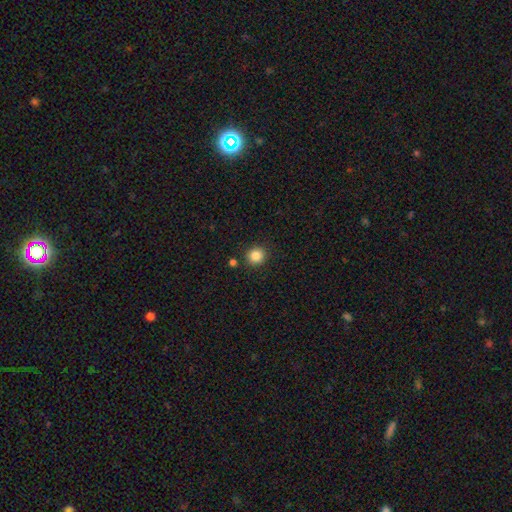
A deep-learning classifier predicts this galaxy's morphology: This is clearly a smooth galaxy (85%). How rounded: clearly round (90%). Merging: clearly none (88%).